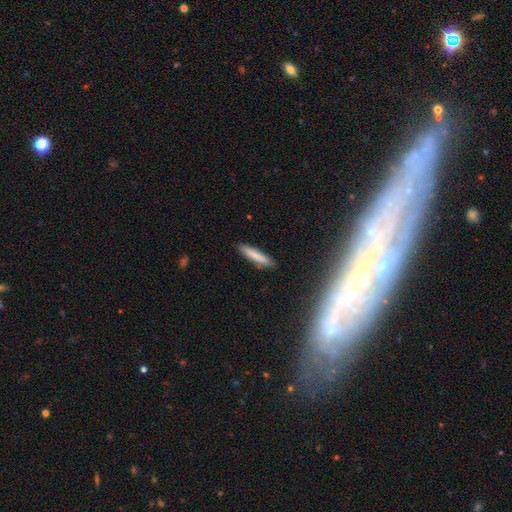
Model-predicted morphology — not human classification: Smooth or featured? Predicted: smooth (p=0.80). How rounded? Predicted: cigar-shaped (p=0.89). Merging? Predicted: none (p=0.88).